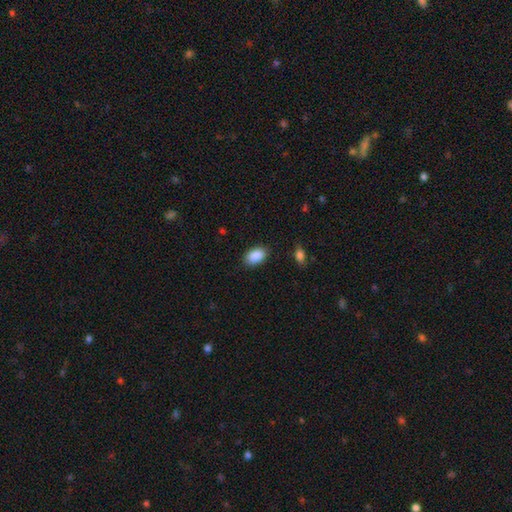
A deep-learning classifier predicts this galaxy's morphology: A smooth galaxy with no disk features (90%) that is in between round and cigar-shaped (90%). Merging: none (86%).